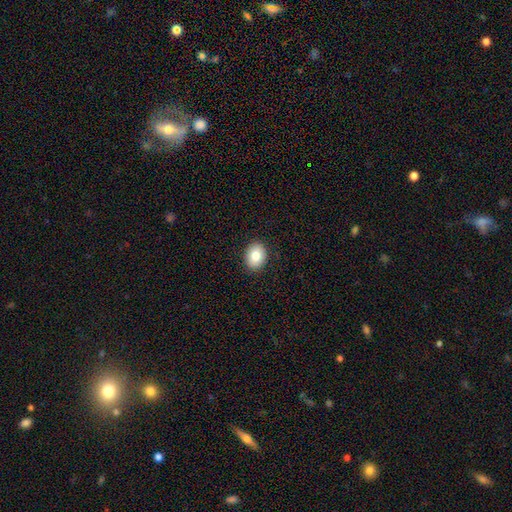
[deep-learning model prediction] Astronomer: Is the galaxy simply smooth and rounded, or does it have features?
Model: smooth — 82%.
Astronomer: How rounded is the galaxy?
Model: in between — 62%.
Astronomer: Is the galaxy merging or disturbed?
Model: none — 90%.